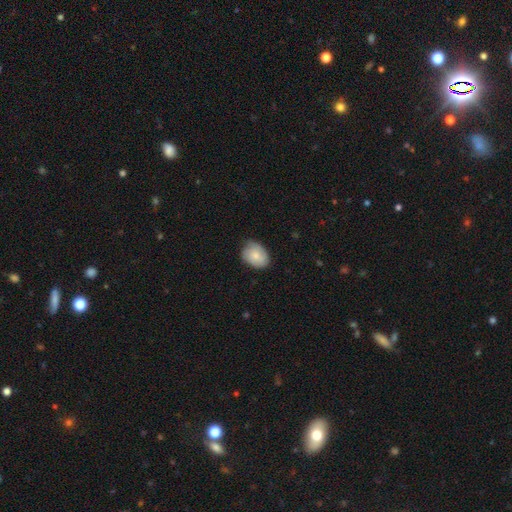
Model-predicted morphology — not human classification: Q: Smooth or featured?
A: smooth (72%); runner-up: featured or disk (22%)
Q: How rounded?
A: in between (67%); runner-up: round (32%)
Q: Merging?
A: none (69%); runner-up: minor disturbance (26%)